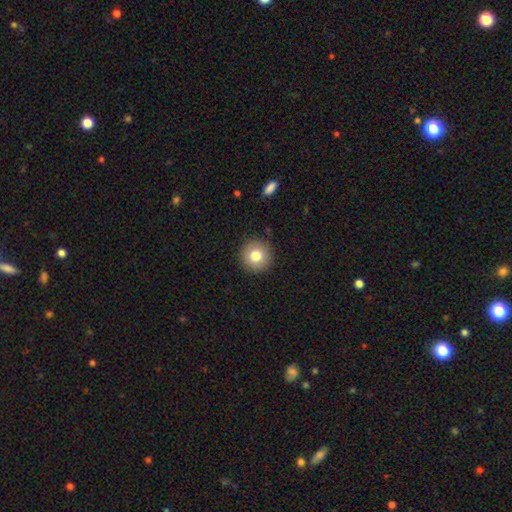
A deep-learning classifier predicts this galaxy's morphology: A smooth galaxy with no disk features (79%) that is round (95%). Merging: none (91%).